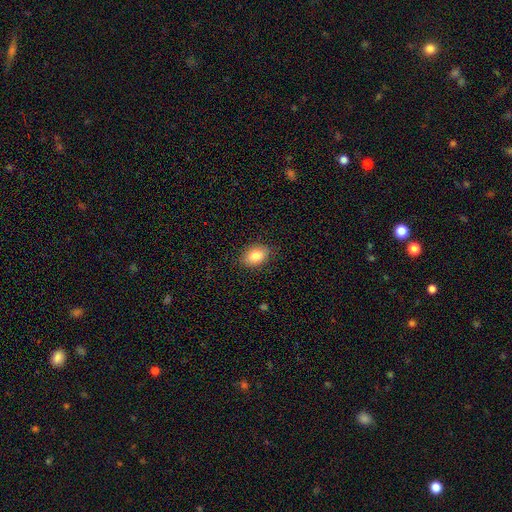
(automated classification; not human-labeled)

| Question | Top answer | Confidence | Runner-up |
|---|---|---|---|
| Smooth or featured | smooth | 84% | star or artifact (8%) |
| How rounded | in between | 80% | round (19%) |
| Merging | none | 85% | minor disturbance (11%) |